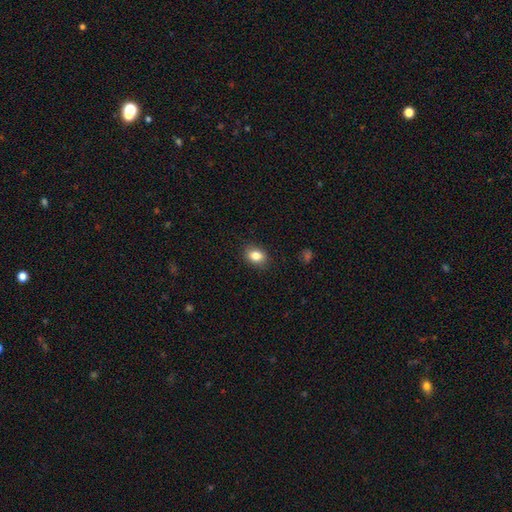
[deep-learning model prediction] Smooth or featured? smooth (83%)
How rounded? in between (69%)
Merging? none (87%)